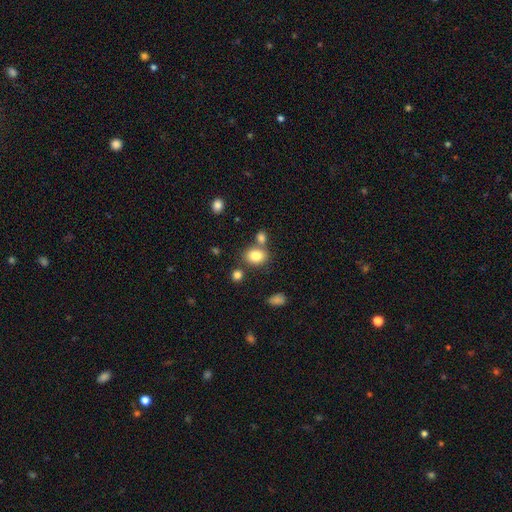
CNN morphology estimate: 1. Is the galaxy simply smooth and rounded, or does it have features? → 83% smooth, 10% star or artifact, 7% featured or disk.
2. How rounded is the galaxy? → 64% in between, 35% round, 1% cigar-shaped.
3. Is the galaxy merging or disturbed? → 60% none, 23% merger, 12% minor disturbance, 4% major disturbance.